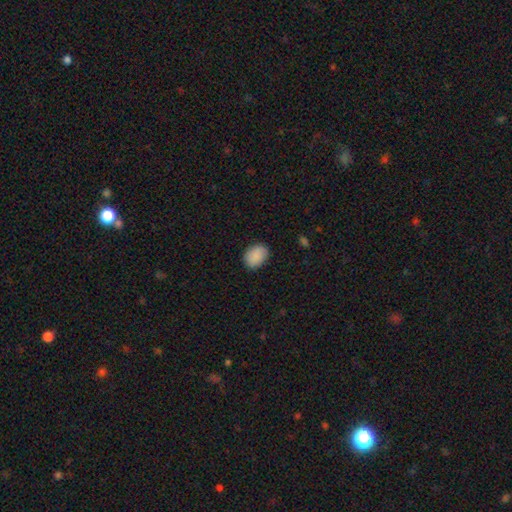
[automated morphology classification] Overall: smooth (90%). How rounded: in between (68%; round 31%). Merging: none (84%).